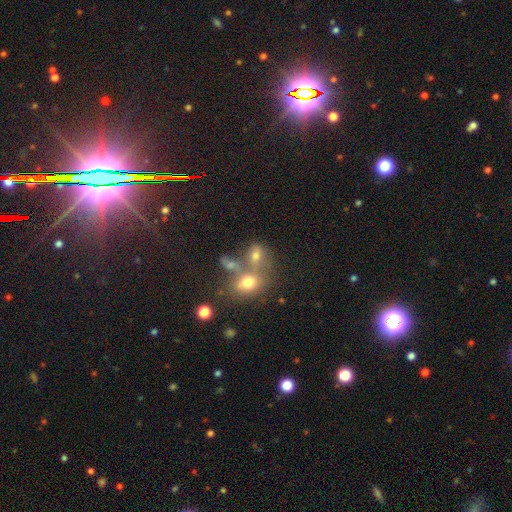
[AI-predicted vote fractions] smooth_or_featured: smooth (p=0.65) [alt: featured or disk p=0.18]
how_rounded: in between (p=0.58) [alt: round p=0.40]
merging: merger (p=0.50) [alt: none p=0.32]